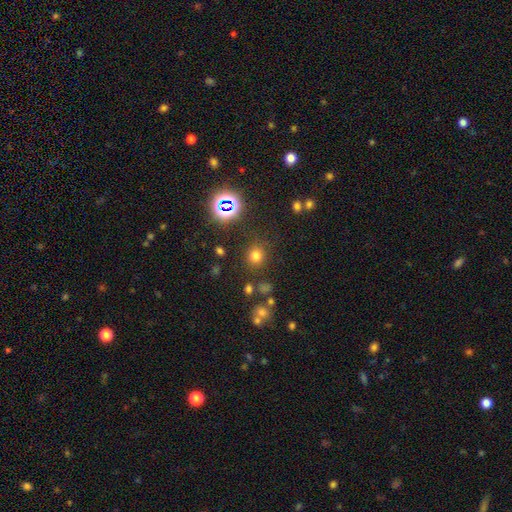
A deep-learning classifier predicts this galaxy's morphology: Smooth or featured?
  - smooth: 71% *
  - star or artifact: 23%
  - featured or disk: 6%
How rounded?
  - round: 89% *
  - in between: 10%
  - cigar-shaped: 1%
Merging?
  - none: 84% *
  - minor disturbance: 8%
  - major disturbance: 4%
  - merger: 3%